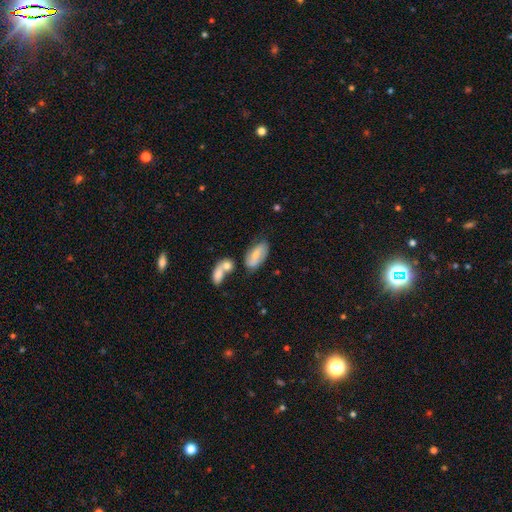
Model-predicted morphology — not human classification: smooth 57%, featured or disk 36%, star or artifact 7%. Down the decision tree: how rounded — in between (90%); merging — none (53%).